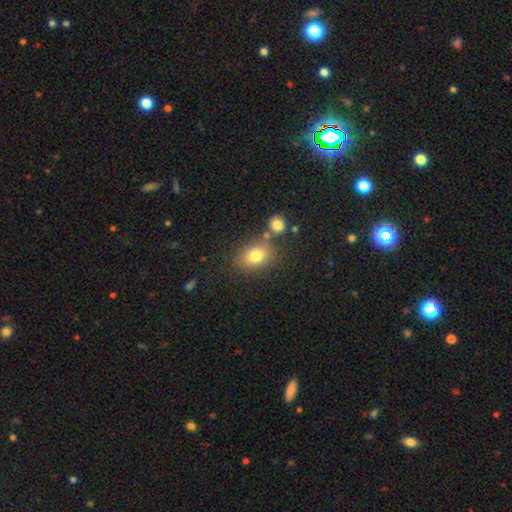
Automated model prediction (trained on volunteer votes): Smooth or featured: smooth — 79% (featured or disk — 10%)
How rounded: in between — 67% (round — 32%)
Merging: none — 69% (merger — 14%)